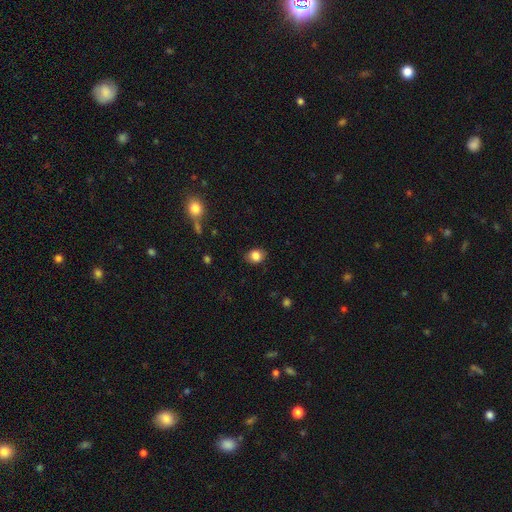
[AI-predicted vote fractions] This appears to be a smooth galaxy with no disk features (84%) that is round (56%). Merging: none (83%).